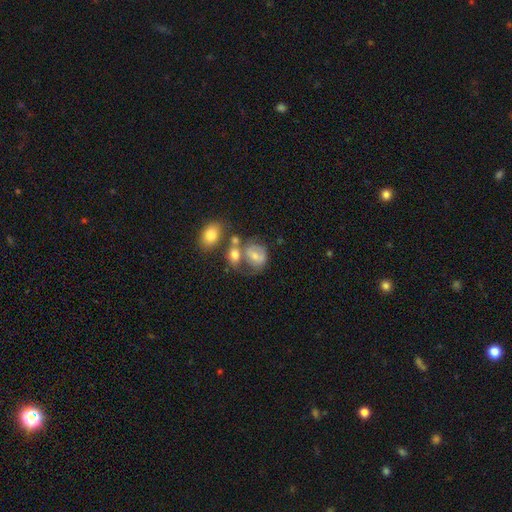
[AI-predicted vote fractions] Morphology: type=smooth (52%); roundness=in between (50%); merging=none (34%).